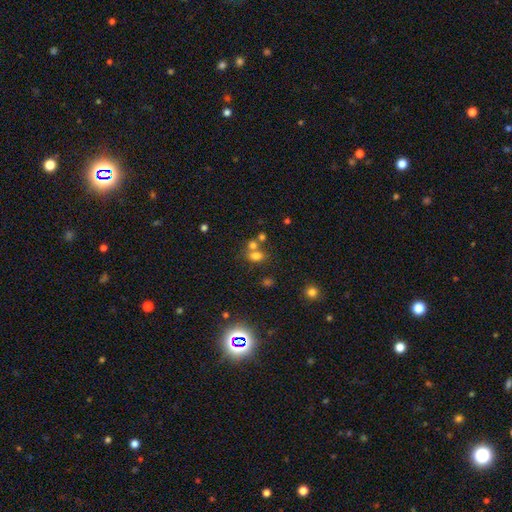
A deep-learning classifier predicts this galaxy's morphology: Smooth or featured?
  - smooth: 68% *
  - star or artifact: 20%
  - featured or disk: 12%
How rounded?
  - in between: 64% *
  - round: 35%
  - cigar-shaped: 2%
Merging?
  - none: 43% *
  - merger: 42%
  - minor disturbance: 10%
  - major disturbance: 5%